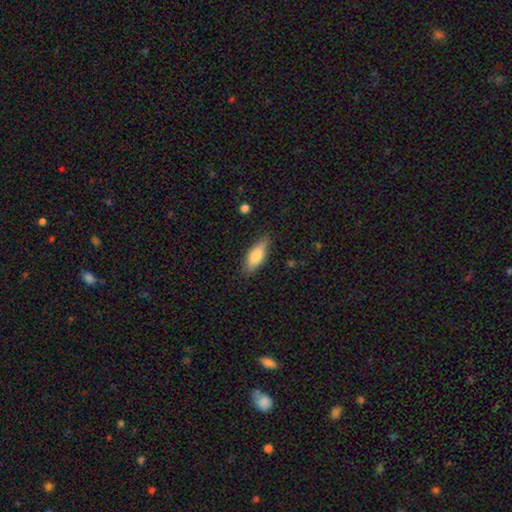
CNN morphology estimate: This is likely a smooth galaxy (77%). How rounded: likely in between (69%). Merging: clearly none (80%).